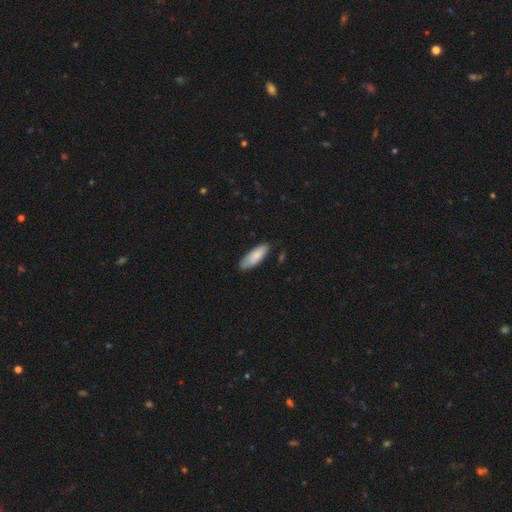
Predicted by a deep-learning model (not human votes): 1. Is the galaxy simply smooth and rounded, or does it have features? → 82% smooth, 12% featured or disk, 6% star or artifact.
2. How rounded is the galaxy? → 64% in between, 34% cigar-shaped, 1% round.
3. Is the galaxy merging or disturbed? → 77% none, 18% minor disturbance, 3% major disturbance, 2% merger.